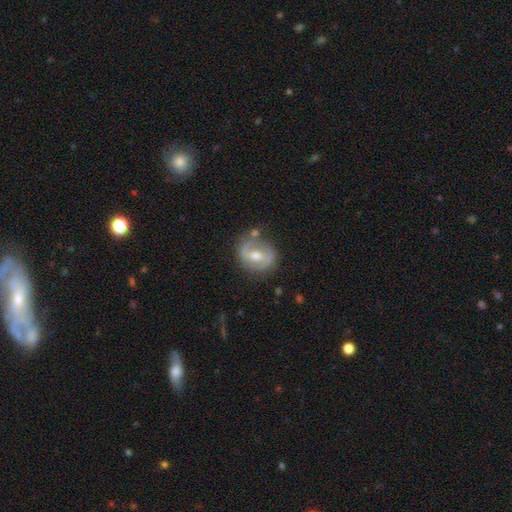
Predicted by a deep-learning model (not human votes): Smooth or featured?
  - featured or disk: 68% *
  - smooth: 25%
  - star or artifact: 7%
Edge-on disk?
  - no: 96% *
  - yes: 4%
Bar?
  - weak: 43% *
  - strong: 34%
  - no: 23%
Spiral arms?
  - yes: 72% *
  - no: 28%
Bulge size?
  - moderate: 70% *
  - small: 25%
  - large: 3%
  - none: 1%
  - dominant: 1%
Merging?
  - none: 69% *
  - minor disturbance: 19%
  - major disturbance: 7%
  - merger: 5%